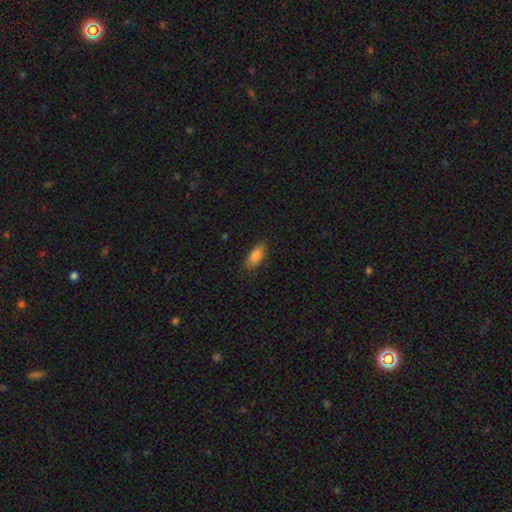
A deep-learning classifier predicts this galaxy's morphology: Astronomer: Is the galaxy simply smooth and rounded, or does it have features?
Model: smooth — 85%.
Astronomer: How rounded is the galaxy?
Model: in between — 85%.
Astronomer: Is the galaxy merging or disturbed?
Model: none — 82%.